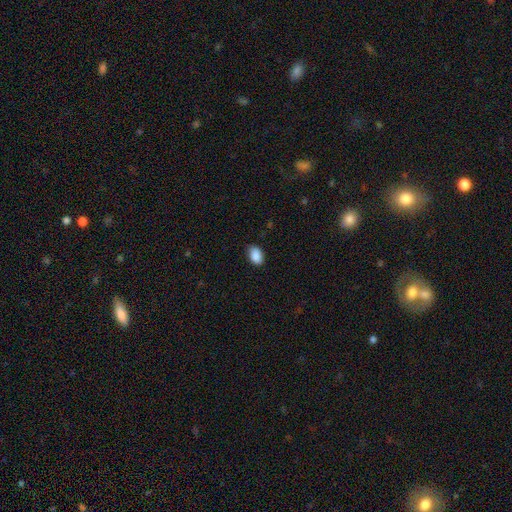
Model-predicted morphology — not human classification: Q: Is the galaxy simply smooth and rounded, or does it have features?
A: smooth — 89%.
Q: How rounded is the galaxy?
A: in between — 86%.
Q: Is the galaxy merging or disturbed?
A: none — 83%.